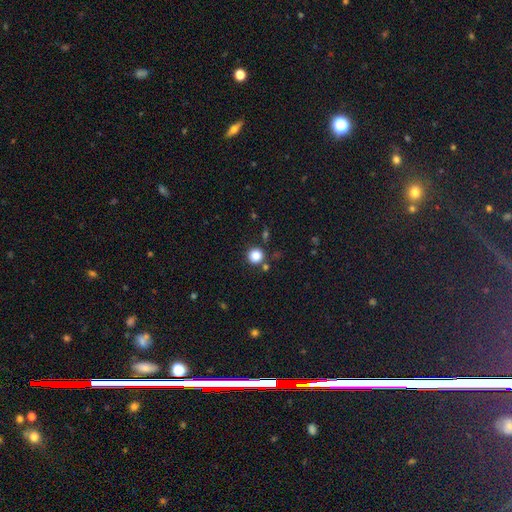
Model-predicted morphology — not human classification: smooth-or-featured: smooth: 85% | star or artifact: 11% | featured or disk: 4%
  how-rounded: round: 93% | in between: 6% | cigar-shaped: 1%
  merging: none: 84% | minor disturbance: 7% | merger: 6% | major disturbance: 3%